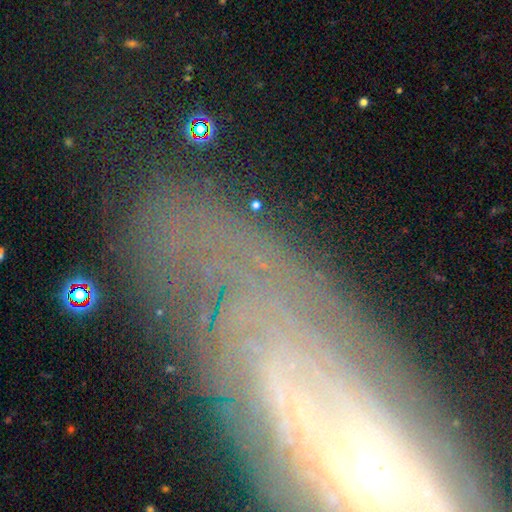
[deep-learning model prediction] Smooth or featured?
  - featured or disk: 63% *
  - star or artifact: 19%
  - smooth: 18%
Edge-on disk?
  - no: 77% *
  - yes: 23%
Merging?
  - none: 78% *
  - minor disturbance: 14%
  - major disturbance: 6%
  - merger: 3%